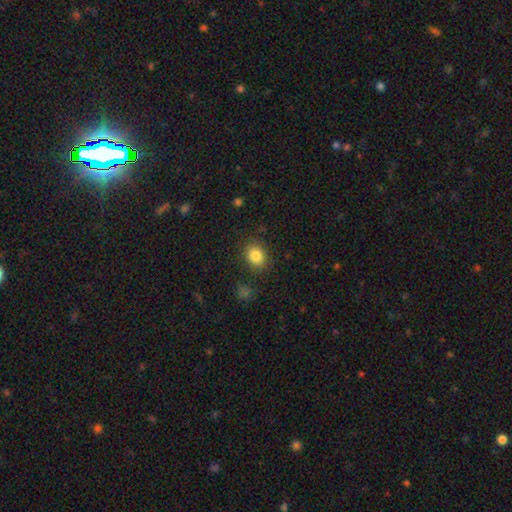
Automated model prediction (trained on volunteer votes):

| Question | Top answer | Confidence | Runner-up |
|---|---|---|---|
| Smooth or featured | smooth | 84% | star or artifact (10%) |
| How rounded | round | 55% | in between (44%) |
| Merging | none | 85% | minor disturbance (10%) |